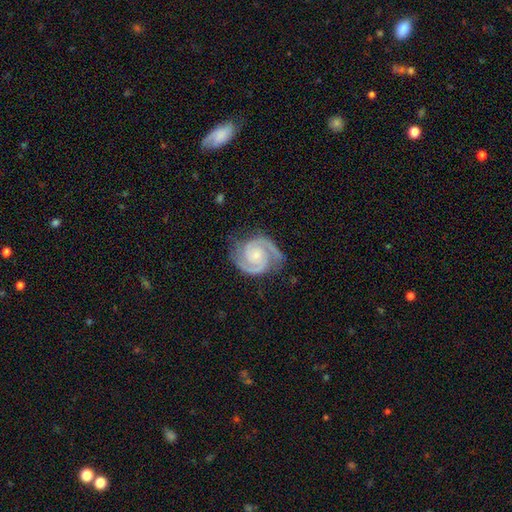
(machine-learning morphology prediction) Smooth or featured? featured or disk (93%)
Edge-on disk? no (98%)
Bar? no (66%)
Spiral arms? yes (99%)
Spiral winding? tight (55%)
Spiral arm count? 2 (92%)
Bulge size? small (54%)
Merging? none (78%)